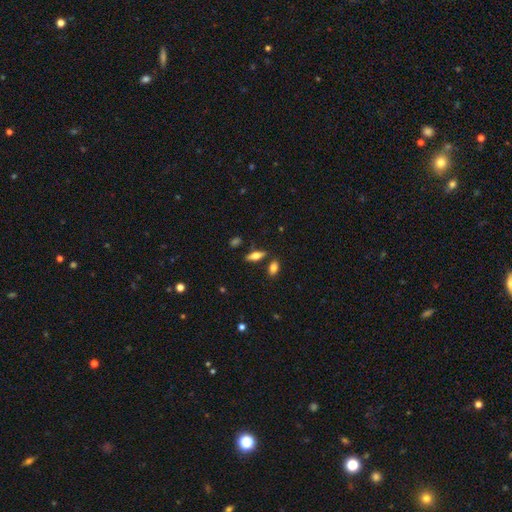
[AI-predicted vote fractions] Q: Smooth or featured?
A: smooth (55%); runner-up: featured or disk (36%)
Q: How rounded?
A: in between (63%); runner-up: cigar-shaped (33%)
Q: Merging?
A: none (80%); runner-up: minor disturbance (10%)